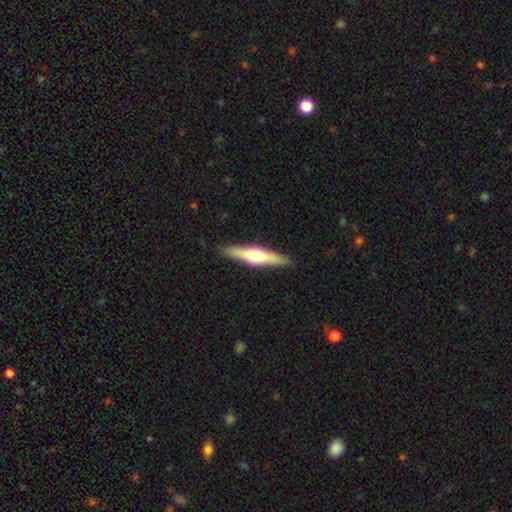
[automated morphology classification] Q: Smooth or featured?
A: featured or disk (58%); runner-up: smooth (37%)
Q: Edge-on disk?
A: yes (95%); runner-up: no (5%)
Q: Edge-on bulge?
A: rounded (93%); runner-up: boxy (4%)
Q: Merging?
A: none (90%); runner-up: minor disturbance (7%)